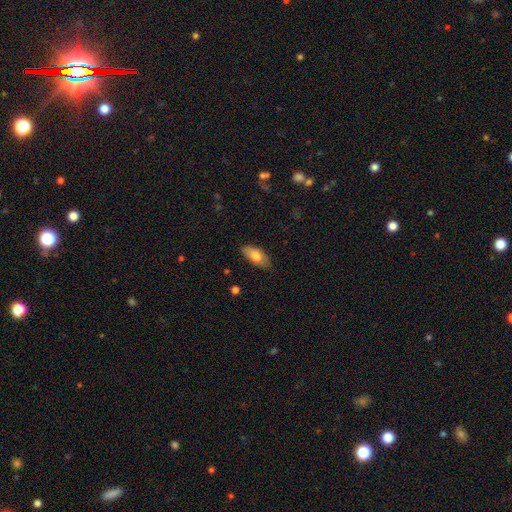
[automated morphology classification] The model was most divided on "smooth or featured": smooth: 76%, featured or disk: 18%, star or artifact: 6%. More confident: how rounded — in between (87%); merging — none (81%).